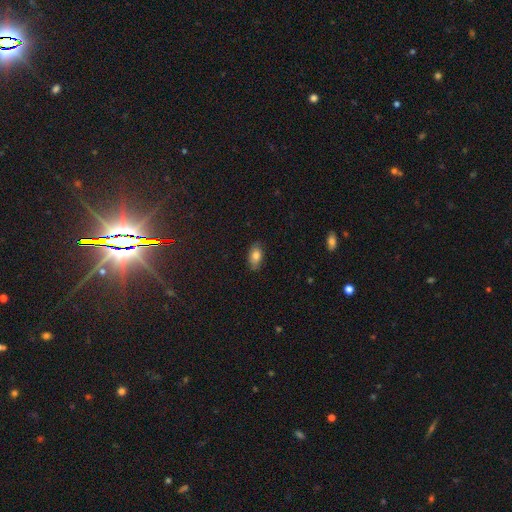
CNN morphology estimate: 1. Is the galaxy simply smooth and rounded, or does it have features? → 80% smooth, 11% featured or disk, 8% star or artifact.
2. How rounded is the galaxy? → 90% in between, 6% round, 4% cigar-shaped.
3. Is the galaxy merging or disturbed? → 82% none, 15% minor disturbance, 2% major disturbance, 1% merger.